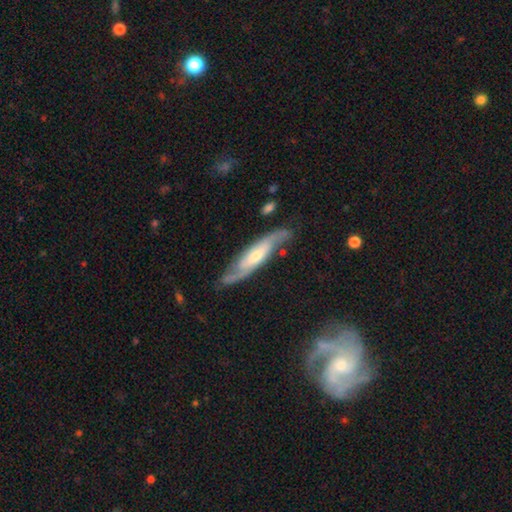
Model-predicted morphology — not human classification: The model was most divided on "bar": no: 46%, weak: 36%, strong: 18%. More confident: spiral arms — yes (92%); smooth or featured — featured or disk (80%); merging — none (73%); edge-on disk — no (66%); bulge size — moderate (51%).